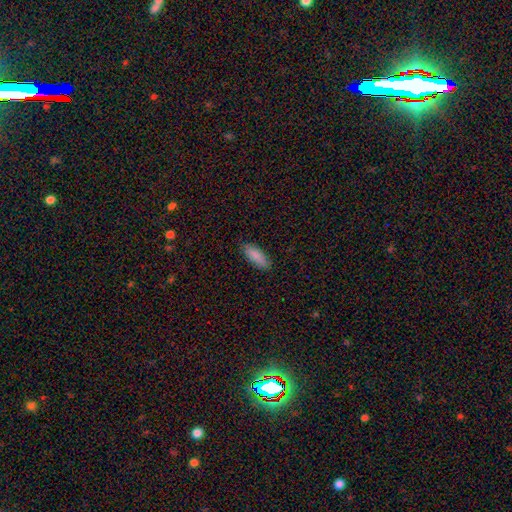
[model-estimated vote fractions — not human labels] Morphology: type=smooth (88%); roundness=in between (71%); merging=none (85%).